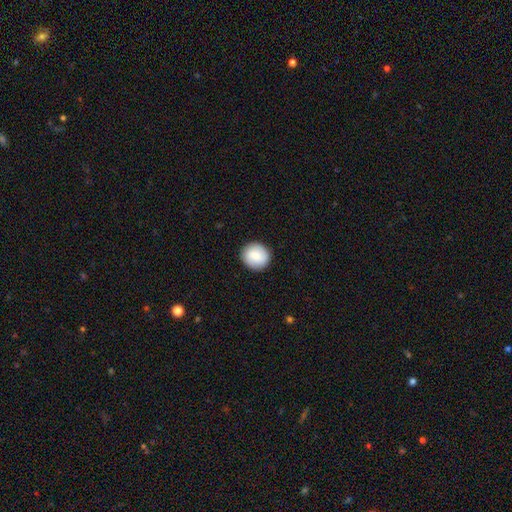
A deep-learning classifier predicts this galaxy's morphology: Q: Smooth or featured?
A: smooth (84%); runner-up: featured or disk (9%)
Q: How rounded?
A: round (89%); runner-up: in between (10%)
Q: Merging?
A: none (91%); runner-up: minor disturbance (7%)